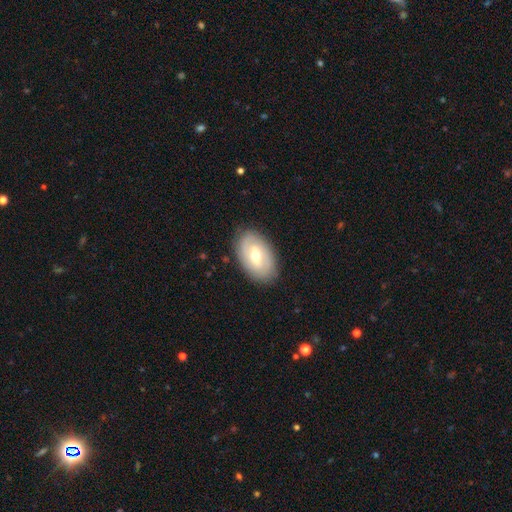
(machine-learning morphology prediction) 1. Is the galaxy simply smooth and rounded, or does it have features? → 55% featured or disk, 39% smooth, 6% star or artifact.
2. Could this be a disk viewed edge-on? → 91% no, 9% yes.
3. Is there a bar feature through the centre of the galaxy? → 46% weak, 35% no, 19% strong.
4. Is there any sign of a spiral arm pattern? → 56% yes, 44% no.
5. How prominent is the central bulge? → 68% moderate, 26% small, 4% large, 1% dominant, 1% none.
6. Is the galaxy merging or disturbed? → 85% none, 11% minor disturbance, 3% major disturbance, 1% merger.